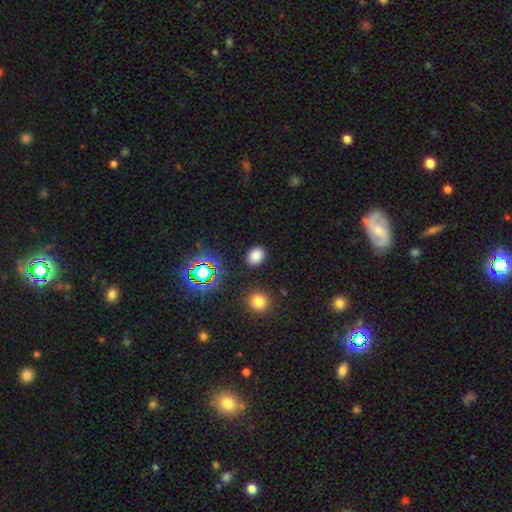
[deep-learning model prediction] Morphology: type=smooth (77%); roundness=in between (62%); merging=none (87%).